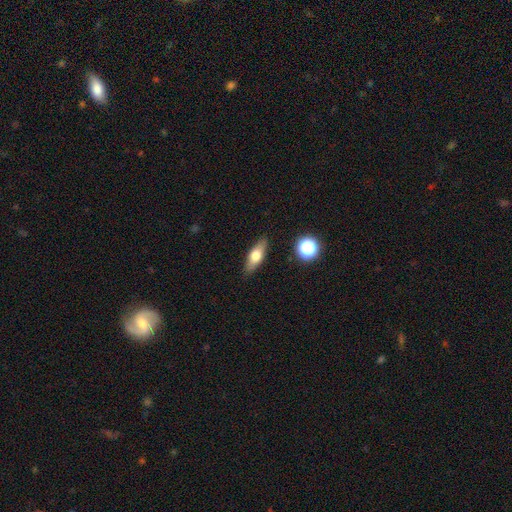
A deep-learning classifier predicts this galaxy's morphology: Smooth or featured?
  - smooth: 60% *
  - featured or disk: 32%
  - star or artifact: 8%
How rounded?
  - in between: 60% *
  - cigar-shaped: 34%
  - round: 5%
Merging?
  - none: 87% *
  - minor disturbance: 10%
  - major disturbance: 2%
  - merger: 2%